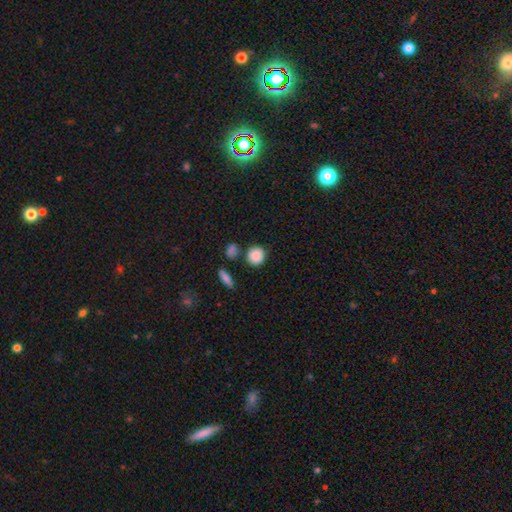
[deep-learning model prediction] A smooth galaxy with no disk features (88%) that is round (87%). Merging: none (79%).